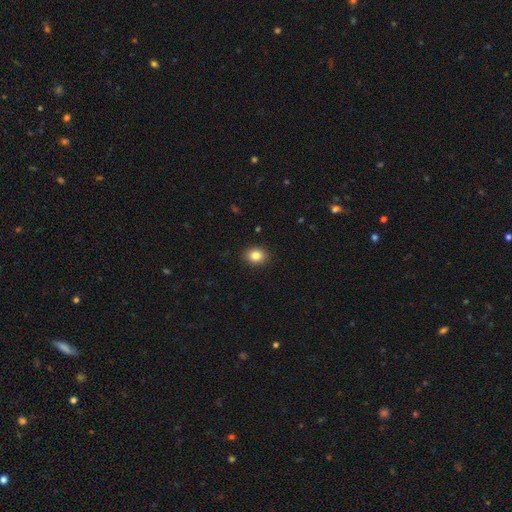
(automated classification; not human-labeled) smooth_or_featured: smooth (p=0.84) [alt: star or artifact p=0.10]
how_rounded: round (p=0.57) [alt: in between p=0.42]
merging: none (p=0.90) [alt: minor disturbance p=0.07]